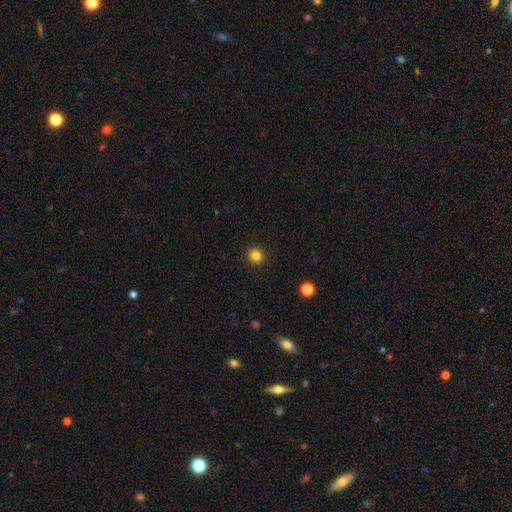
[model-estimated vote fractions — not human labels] The model was most divided on "smooth or featured": smooth: 83%, star or artifact: 12%, featured or disk: 4%. More confident: merging — none (93%); how rounded — round (92%).